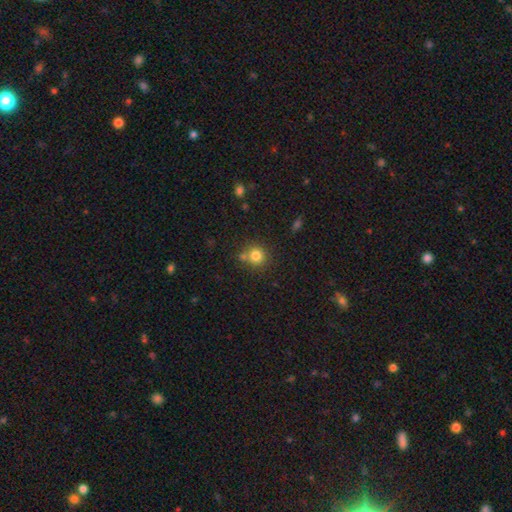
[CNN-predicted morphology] smooth 80%, star or artifact 12%, featured or disk 8%. Down the decision tree: how rounded — round (91%); merging — none (70%).